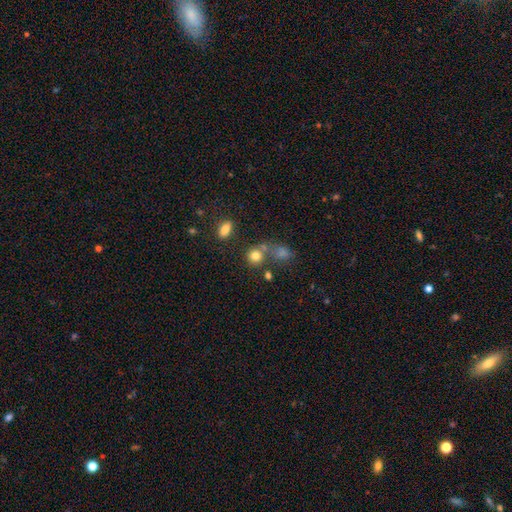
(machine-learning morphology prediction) Smooth or featured?
  - smooth: 79% *
  - star or artifact: 13%
  - featured or disk: 8%
How rounded?
  - round: 82% *
  - in between: 17%
  - cigar-shaped: 1%
Merging?
  - none: 59% *
  - merger: 24%
  - minor disturbance: 12%
  - major disturbance: 6%